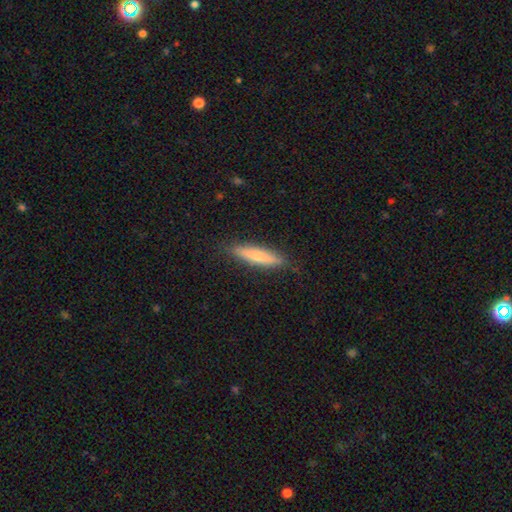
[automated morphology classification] Q: Smooth or featured?
A: smooth (64%); runner-up: featured or disk (30%)
Q: How rounded?
A: cigar-shaped (84%); runner-up: in between (14%)
Q: Merging?
A: none (86%); runner-up: minor disturbance (11%)